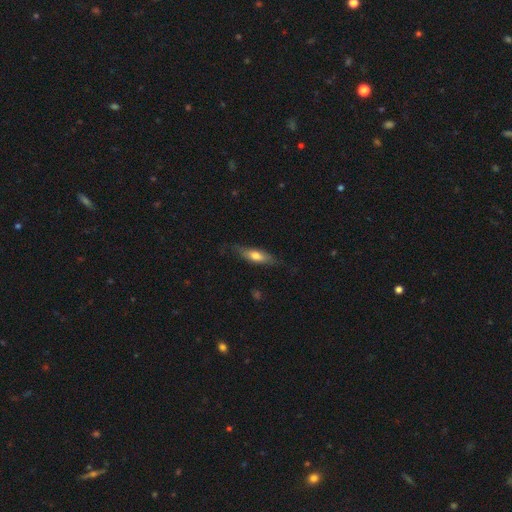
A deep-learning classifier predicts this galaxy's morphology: Smooth or featured? smooth (60%)
How rounded? cigar-shaped (54%)
Merging? none (75%)